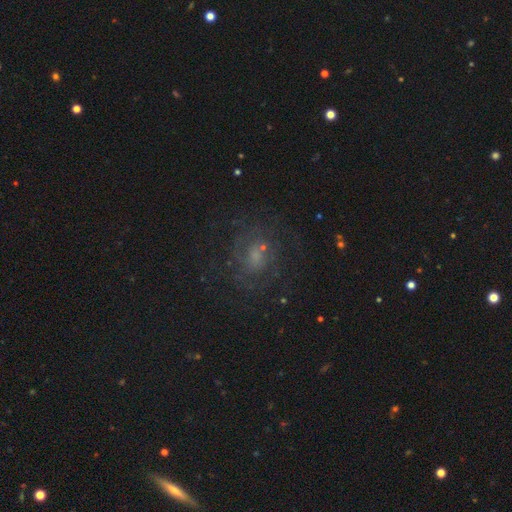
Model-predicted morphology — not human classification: Overall: featured or disk (51%; smooth 25%). Edge-on disk: no (97%). Merging: none (66%).